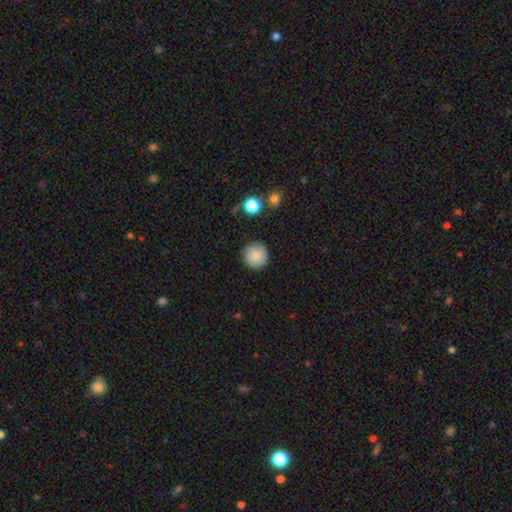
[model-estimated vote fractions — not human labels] This appears to be a smooth galaxy with no disk features (86%) that is round (94%). Merging: none (87%).